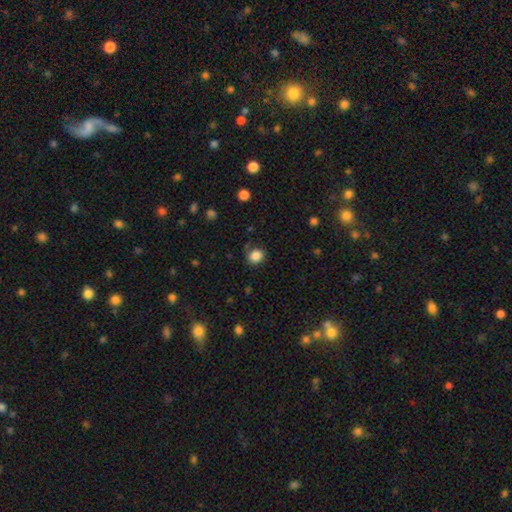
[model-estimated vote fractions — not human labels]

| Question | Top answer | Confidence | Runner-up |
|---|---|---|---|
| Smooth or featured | smooth | 85% | star or artifact (10%) |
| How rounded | round | 64% | in between (36%) |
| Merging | none | 76% | minor disturbance (16%) |